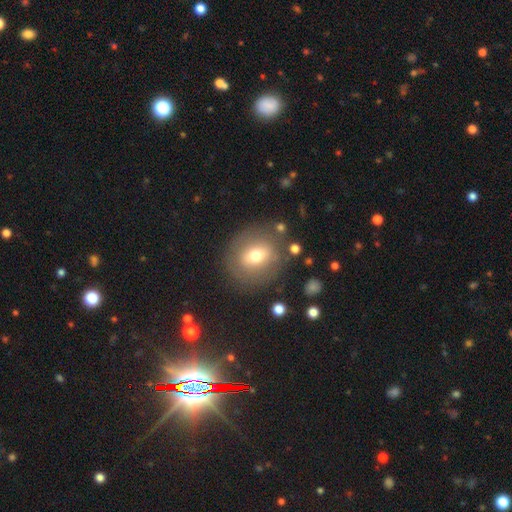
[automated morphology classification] smooth 61%, featured or disk 29%, star or artifact 10%. Down the decision tree: how rounded — round (74%); merging — none (77%).